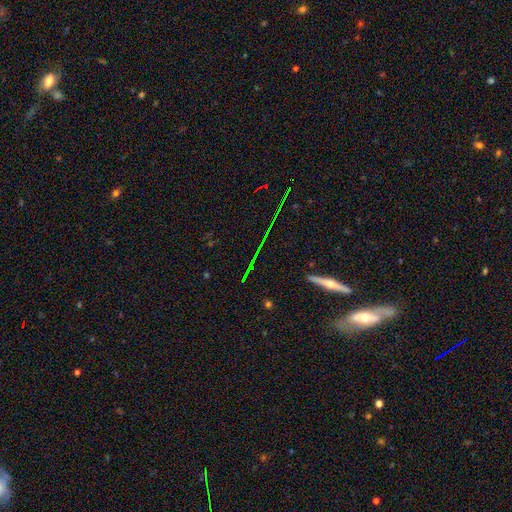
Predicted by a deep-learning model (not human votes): This is marginally a star or artifact rather than a galaxy (45%).